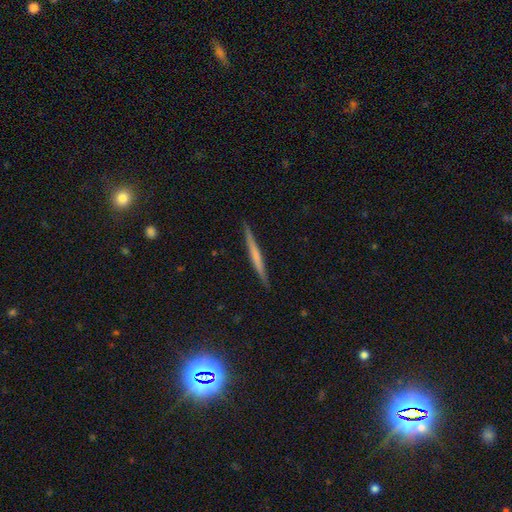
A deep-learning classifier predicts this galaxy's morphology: featured or disk 51%, smooth 43%, star or artifact 7%. Down the decision tree: edge-on disk — yes (98%); merging — none (91%).